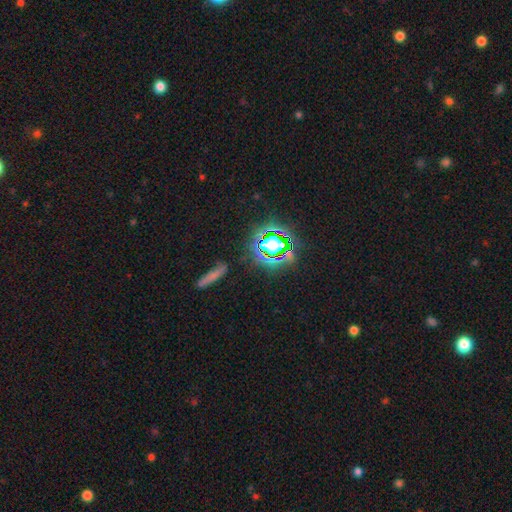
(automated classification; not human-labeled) Smooth or featured? Predicted: star or artifact (p=0.77).